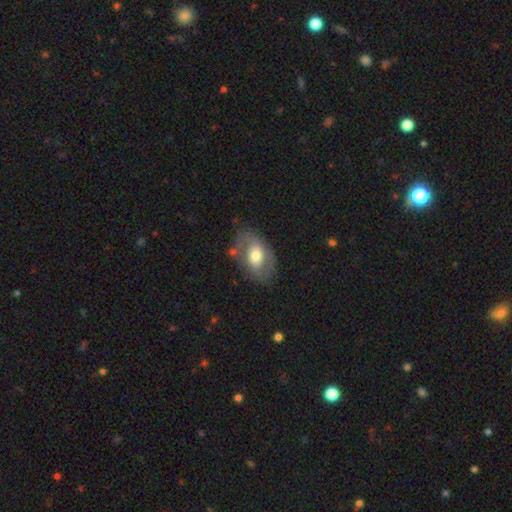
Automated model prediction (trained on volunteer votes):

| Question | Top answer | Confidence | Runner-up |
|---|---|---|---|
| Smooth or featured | featured or disk | 52% | smooth (42%) |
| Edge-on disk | no | 93% | yes (7%) |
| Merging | none | 65% | minor disturbance (21%) |